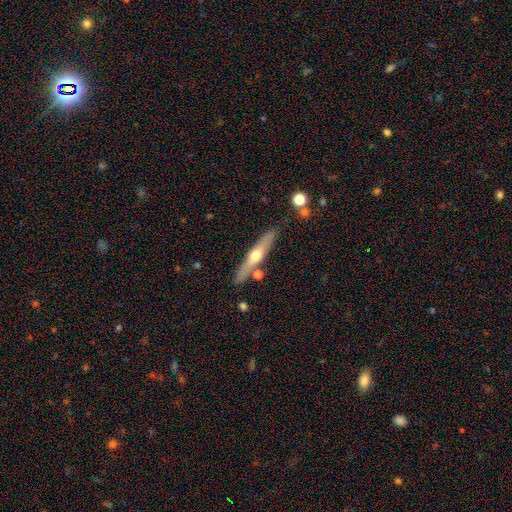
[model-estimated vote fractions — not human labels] Overall: featured or disk (59%; smooth 36%). Edge-on disk: yes (92%). Edge-on bulge: rounded (91%). Merging: none (83%).